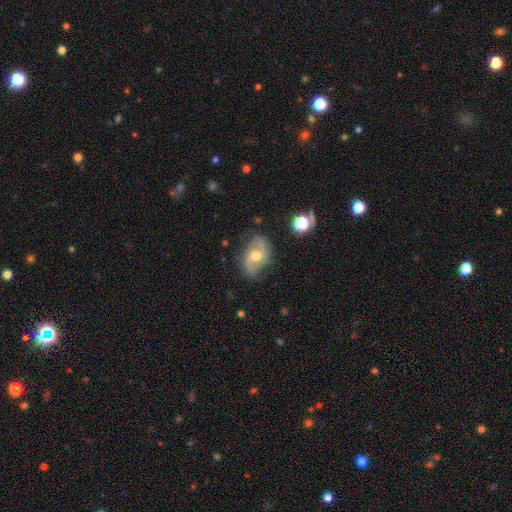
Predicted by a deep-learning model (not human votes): Morphology: type=featured or disk (79%); edge-on=no (96%); bar=no (51%); spiral arms=yes (93%); winding=loose (43%); arm count=2 (90%); bulge=moderate (73%); merging=none (75%).